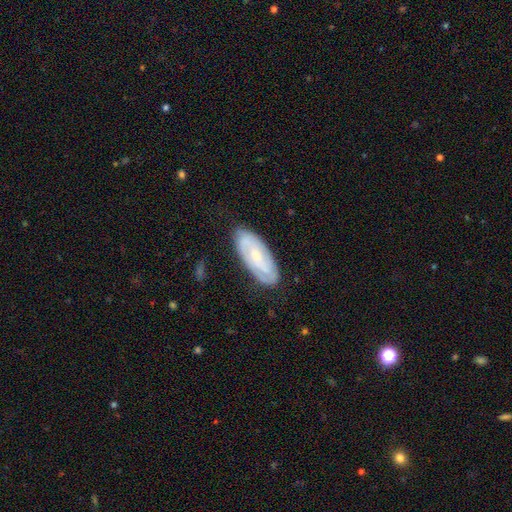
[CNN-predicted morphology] Smooth or featured? featured or disk (66%)
Edge-on disk? no (89%)
Bar? no (57%)
Spiral arms? yes (80%)
Bulge size? small (62%)
Merging? none (81%)